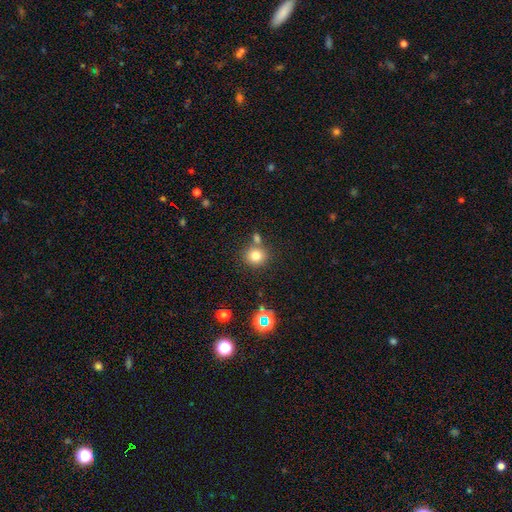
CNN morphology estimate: Q: Smooth or featured?
A: smooth (78%); runner-up: star or artifact (14%)
Q: How rounded?
A: round (88%); runner-up: in between (11%)
Q: Merging?
A: none (70%); runner-up: merger (18%)